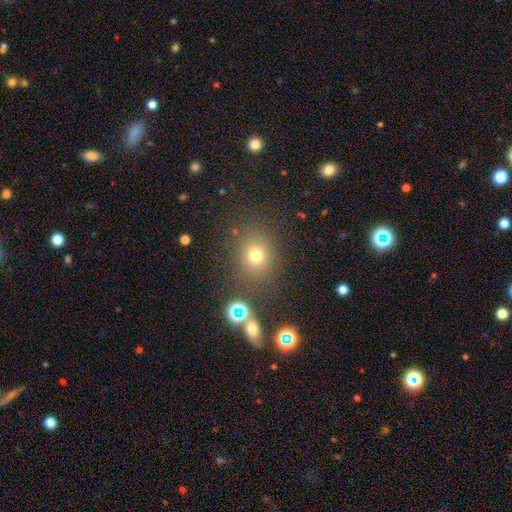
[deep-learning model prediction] This is likely a smooth galaxy (70%). How rounded: likely round (77%). Merging: clearly none (81%).